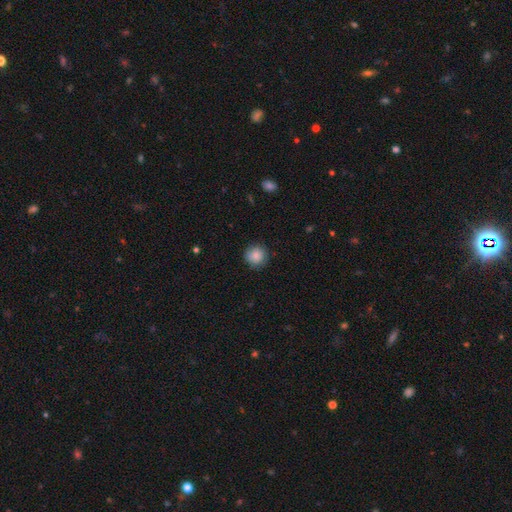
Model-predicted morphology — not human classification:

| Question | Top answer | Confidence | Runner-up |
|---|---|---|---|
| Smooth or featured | smooth | 86% | star or artifact (8%) |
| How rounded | round | 94% | in between (6%) |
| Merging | none | 86% | minor disturbance (11%) |